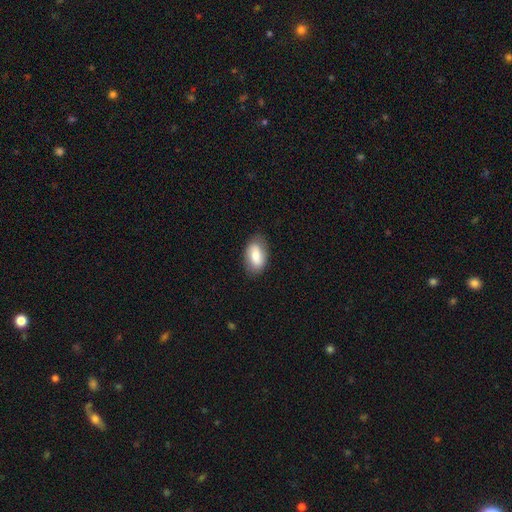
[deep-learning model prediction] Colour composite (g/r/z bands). It shows a smooth galaxy with no disk features (76%) that is in between round and cigar-shaped (93%). Merging: none (82%).